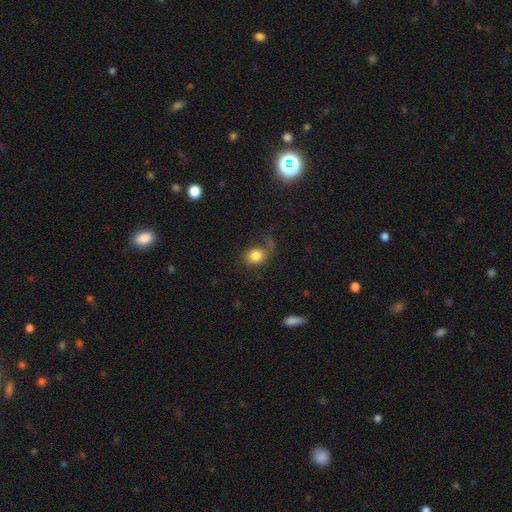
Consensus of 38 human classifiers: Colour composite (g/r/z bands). It shows a smooth galaxy with no disk features (82%) that is round (52%). Merging: minor disturbance (50%).